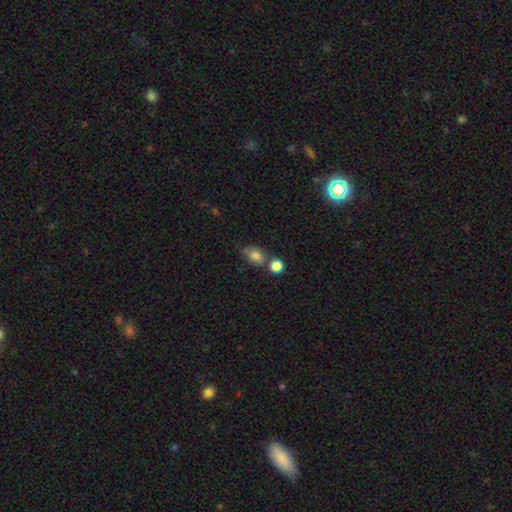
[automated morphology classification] This is likely a smooth galaxy (78%). How rounded: likely in between (65%). Merging: possibly none (47%).